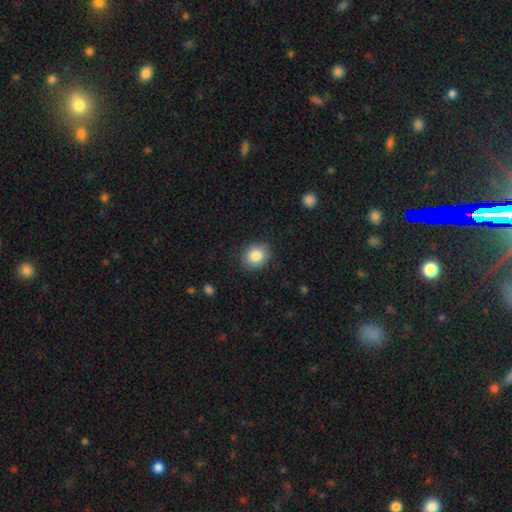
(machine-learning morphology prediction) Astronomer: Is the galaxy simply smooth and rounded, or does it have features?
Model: smooth — 86%.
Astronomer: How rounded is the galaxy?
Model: round — 62%.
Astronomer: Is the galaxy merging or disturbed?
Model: none — 86%.